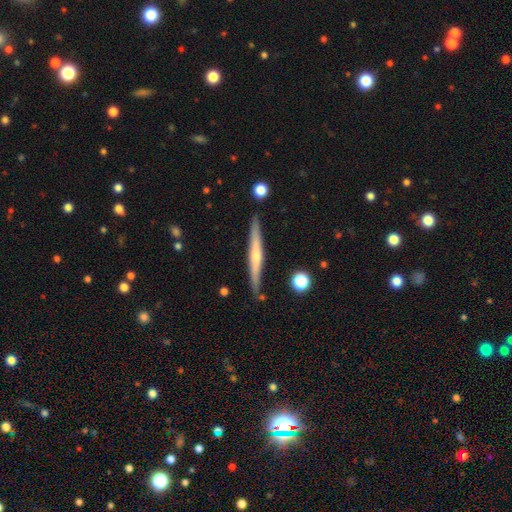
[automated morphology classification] This is likely a featured or disk galaxy (73%). It is clearly viewed edge-on (97%). Edge-on bulge: likely rounded (68%). Merging: clearly none (87%).